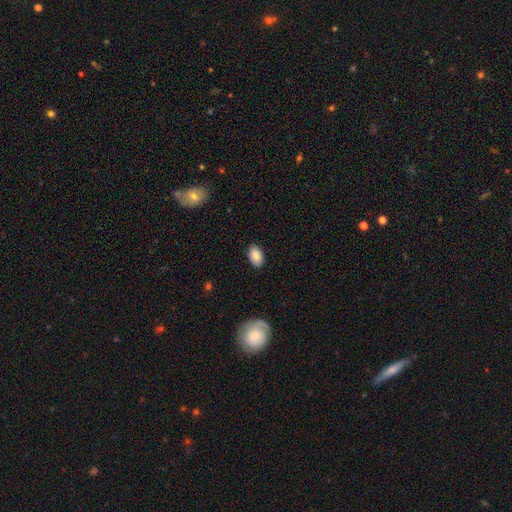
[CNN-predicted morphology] type=smooth (88%); roundness=in between (92%); merging=none (87%).